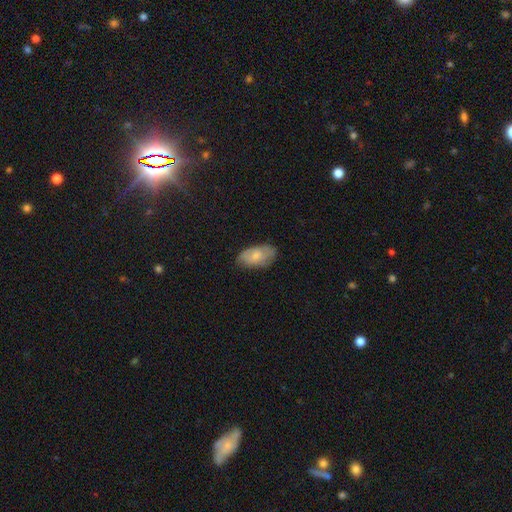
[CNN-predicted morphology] This appears to be a smooth galaxy with no disk features (65%) that is in between round and cigar-shaped (93%). Merging: none (67%).